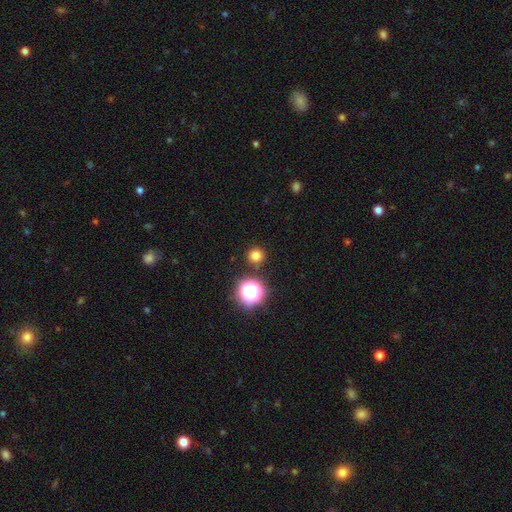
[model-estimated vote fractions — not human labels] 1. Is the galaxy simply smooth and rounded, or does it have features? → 75% smooth, 20% star or artifact, 5% featured or disk.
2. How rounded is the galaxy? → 94% round, 5% in between, 1% cigar-shaped.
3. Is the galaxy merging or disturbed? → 88% none, 6% minor disturbance, 4% merger, 2% major disturbance.